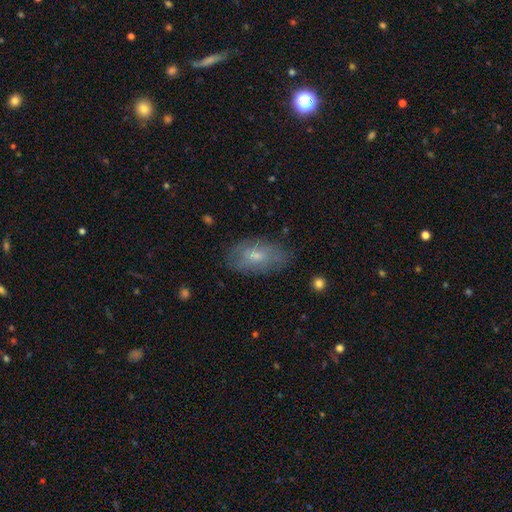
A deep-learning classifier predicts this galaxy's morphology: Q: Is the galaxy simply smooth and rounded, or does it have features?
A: smooth — 59%.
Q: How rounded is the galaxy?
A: in between — 91%.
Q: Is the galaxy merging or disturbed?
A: none — 73%.